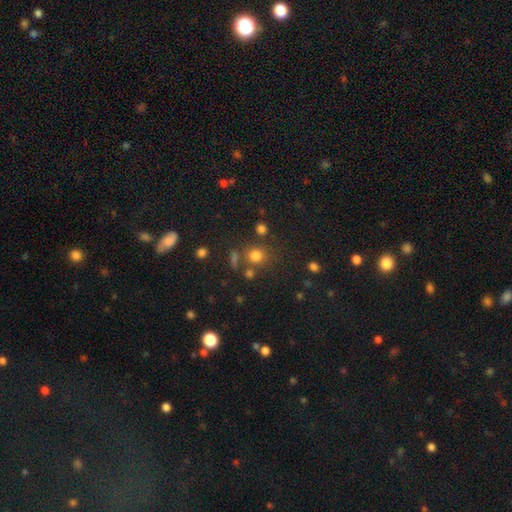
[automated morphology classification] smooth-or-featured: smooth: 76% | star or artifact: 17% | featured or disk: 7%
  how-rounded: round: 86% | in between: 13% | cigar-shaped: 1%
  merging: none: 73% | merger: 12% | minor disturbance: 10% | major disturbance: 5%